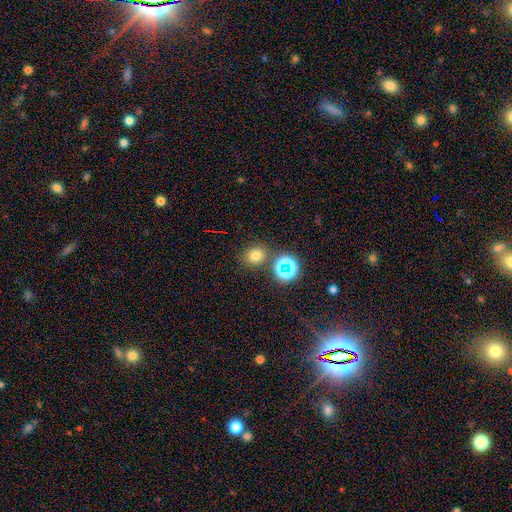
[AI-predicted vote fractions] A smooth galaxy with no disk features (70%) that is round (74%). Merging: none (79%).